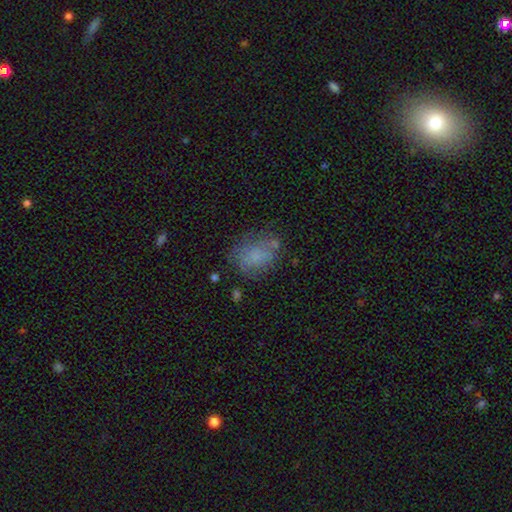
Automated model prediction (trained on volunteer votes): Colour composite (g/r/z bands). It shows a smooth galaxy with no disk features (70%) that is in between round and cigar-shaped (60%). Merging: none (57%).